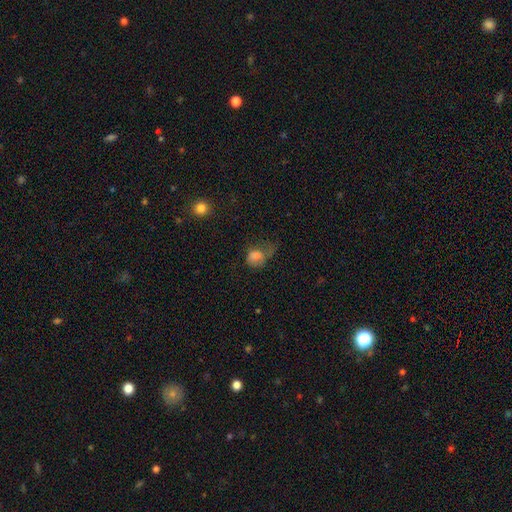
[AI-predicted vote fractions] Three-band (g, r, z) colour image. It shows a smooth galaxy with no disk features (66%) that is in between round and cigar-shaped (58%). Merging: major disturbance (46%).